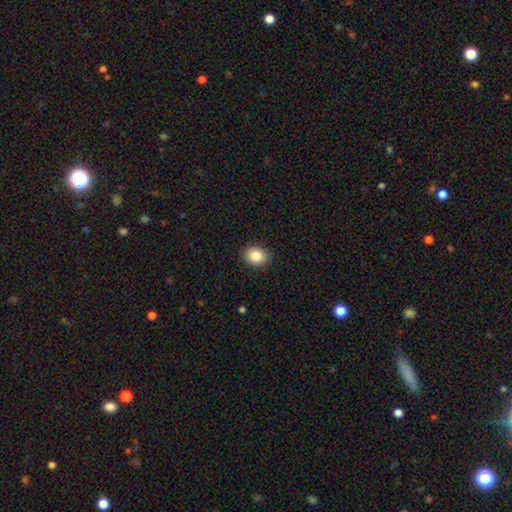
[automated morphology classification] smooth-or-featured: smooth: 87% | star or artifact: 9% | featured or disk: 5%
  how-rounded: round: 51% | in between: 48% | cigar-shaped: 1%
  merging: none: 89% | minor disturbance: 8% | major disturbance: 2% | merger: 1%